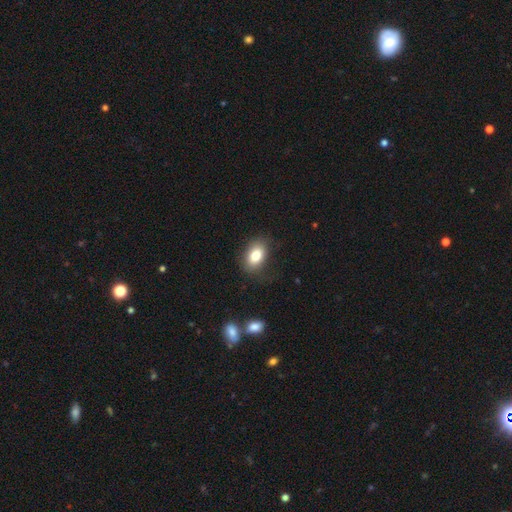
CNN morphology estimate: This appears to be a smooth galaxy with no disk features (80%) that is in between round and cigar-shaped (82%). Merging: none (79%).